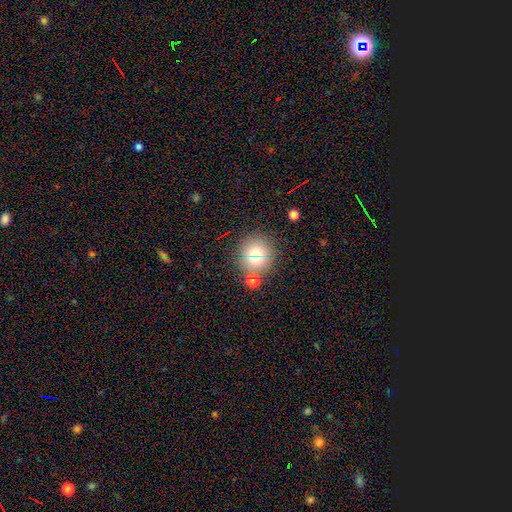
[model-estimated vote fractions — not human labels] Smooth or featured: smooth — 68% (star or artifact — 18%)
How rounded: round — 91% (in between — 8%)
Merging: none — 76% (merger — 11%)